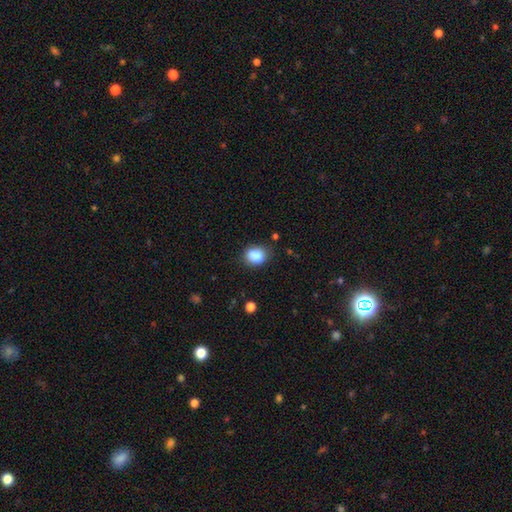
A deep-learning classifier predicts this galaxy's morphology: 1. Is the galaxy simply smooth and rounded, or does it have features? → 85% smooth, 9% star or artifact, 6% featured or disk.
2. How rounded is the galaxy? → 54% round, 45% in between, 1% cigar-shaped.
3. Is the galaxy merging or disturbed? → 70% none, 20% minor disturbance, 6% merger, 5% major disturbance.